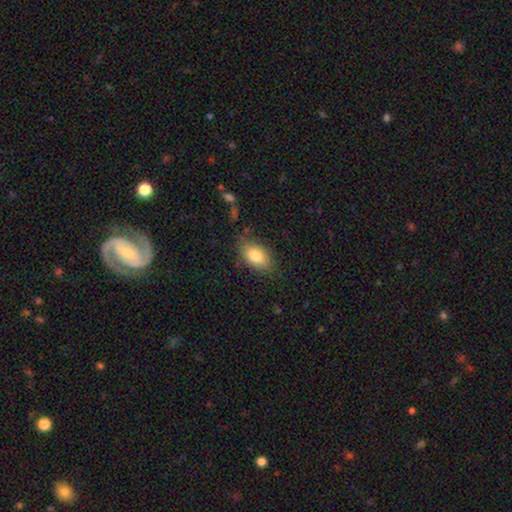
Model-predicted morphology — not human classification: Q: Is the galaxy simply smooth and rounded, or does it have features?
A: smooth — 80%.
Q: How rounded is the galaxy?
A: in between — 89%.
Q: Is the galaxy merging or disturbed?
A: none — 80%.